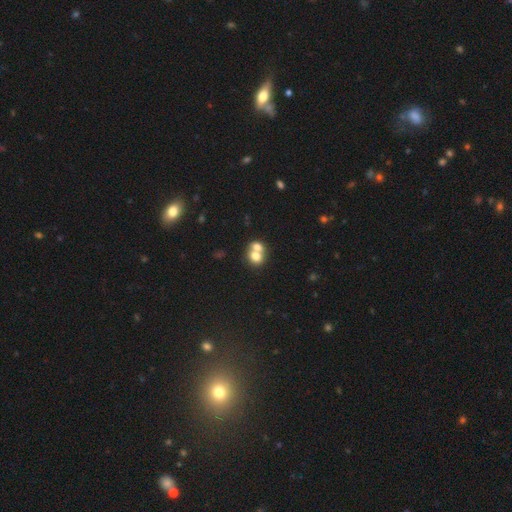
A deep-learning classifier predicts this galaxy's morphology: The model was most divided on "how rounded": round: 66%, in between: 33%, cigar-shaped: 1%. More confident: smooth or featured — smooth (73%); merging — merger (66%).